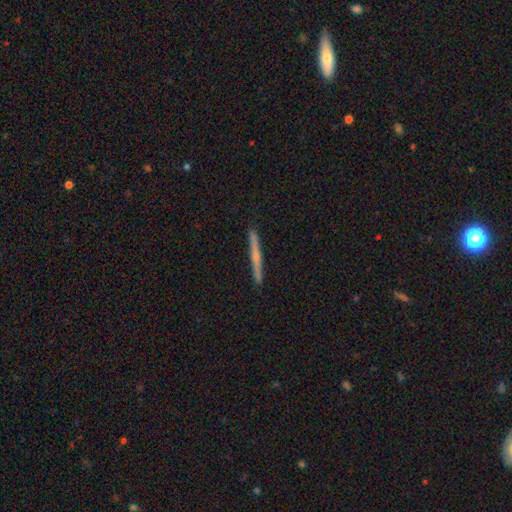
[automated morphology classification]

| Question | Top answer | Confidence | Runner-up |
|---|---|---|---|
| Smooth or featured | featured or disk | 55% | smooth (39%) |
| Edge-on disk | yes | 98% | no (2%) |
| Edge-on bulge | none | 52% | rounded (41%) |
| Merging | none | 91% | minor disturbance (6%) |